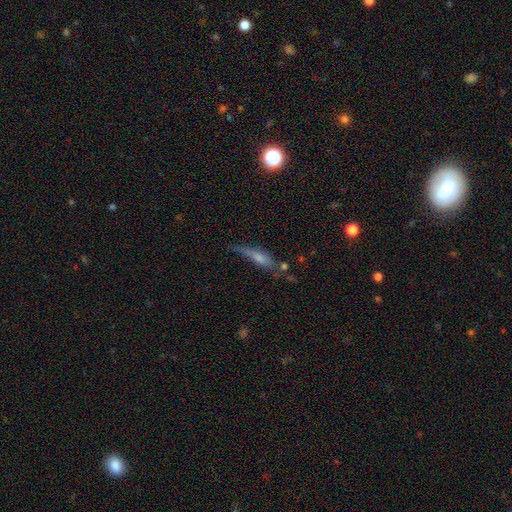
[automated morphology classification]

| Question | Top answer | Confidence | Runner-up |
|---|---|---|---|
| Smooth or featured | featured or disk | 42% | tied: smooth (42%) |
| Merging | none | 54% | minor disturbance (26%) |